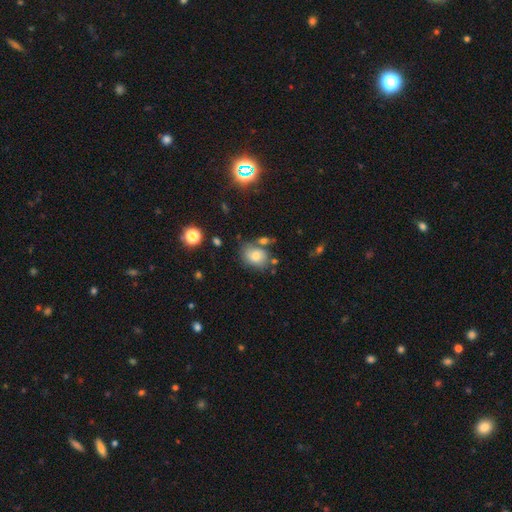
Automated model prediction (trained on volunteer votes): smooth-or-featured: smooth: 73% | featured or disk: 16% | star or artifact: 11%
  how-rounded: in between: 54% | round: 45% | cigar-shaped: 1%
  merging: none: 59% | minor disturbance: 20% | merger: 14% | major disturbance: 7%